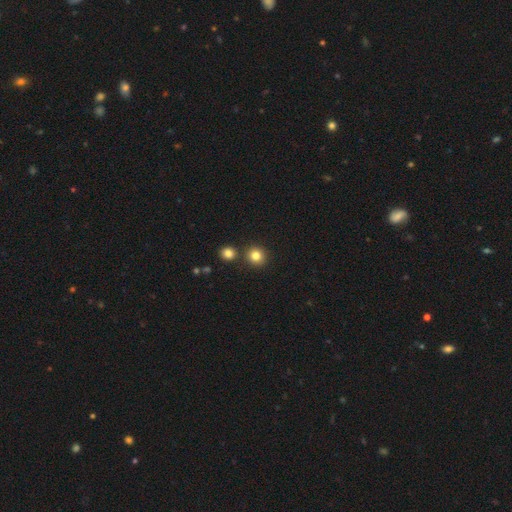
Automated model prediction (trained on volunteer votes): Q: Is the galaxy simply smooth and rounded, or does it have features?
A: smooth — 82%.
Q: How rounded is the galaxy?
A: round — 90%.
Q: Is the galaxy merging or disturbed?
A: none — 82%.